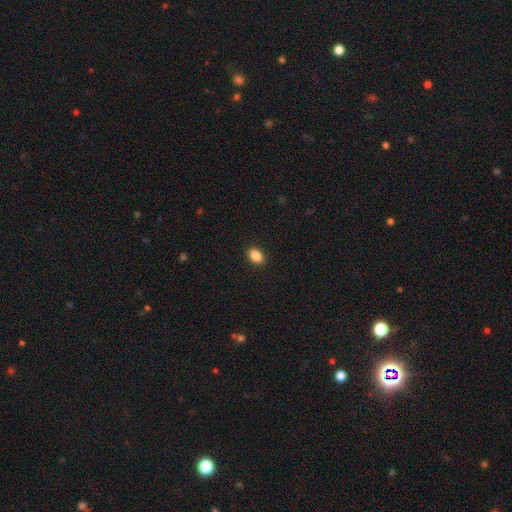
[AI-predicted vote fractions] Smooth or featured: smooth — 87% (star or artifact — 9%)
How rounded: in between — 87% (round — 12%)
Merging: none — 90% (minor disturbance — 7%)